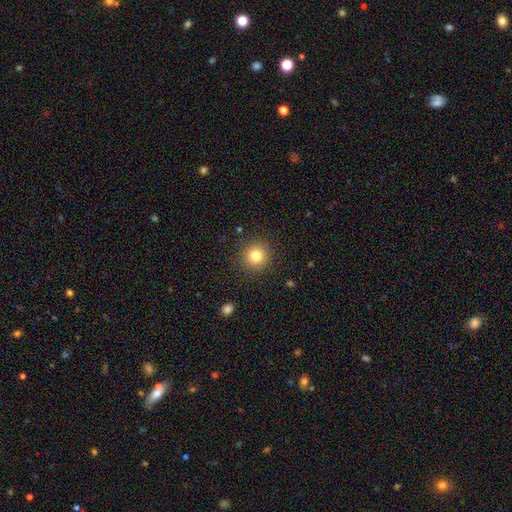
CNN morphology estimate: Overall: smooth (79%). How rounded: round (94%). Merging: none (89%).